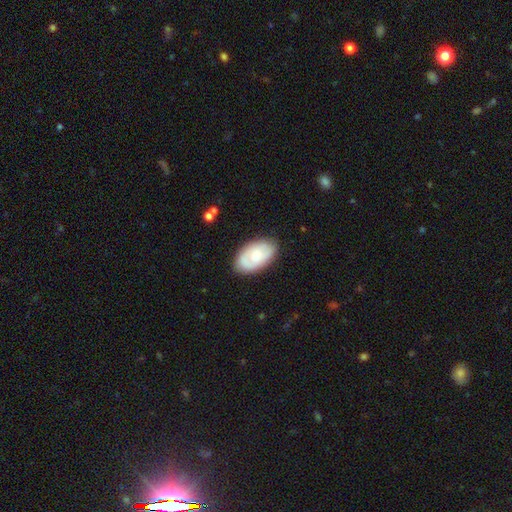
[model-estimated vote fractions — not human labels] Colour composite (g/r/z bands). It shows a smooth galaxy with no disk features (56%) that is in between round and cigar-shaped (93%). Merging: none (80%).